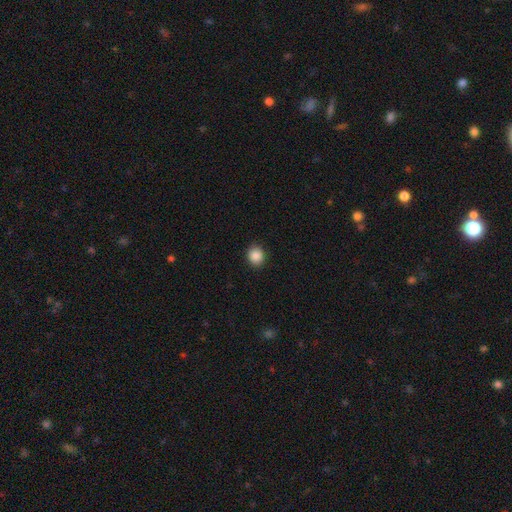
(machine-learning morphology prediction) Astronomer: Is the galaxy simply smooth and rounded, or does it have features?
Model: smooth — 88%.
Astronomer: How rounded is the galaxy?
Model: round — 76%.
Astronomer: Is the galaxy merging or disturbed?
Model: none — 90%.